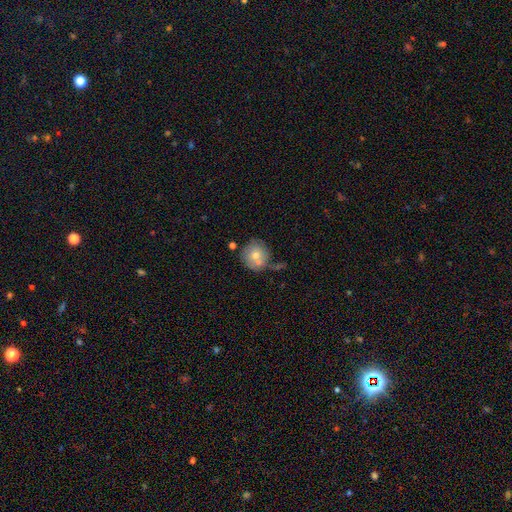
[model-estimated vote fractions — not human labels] This is likely a smooth galaxy (64%). How rounded: clearly round (89%). Merging: likely none (61%).